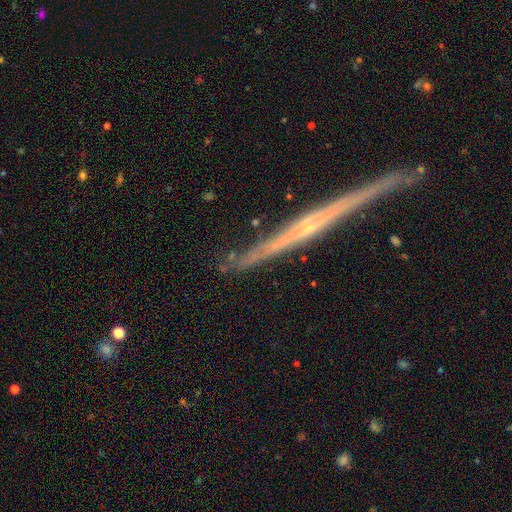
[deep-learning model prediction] A featured or disk galaxy (80%) viewed edge-on (97%) with a rounded central bulge (54%).

Vote fractions:
- Smooth or featured? featured or disk: 80% / smooth: 13% / star or artifact: 7%
- Edge-on disk? yes: 97% / no: 3%
- Edge-on bulge? rounded: 54% / none: 41% / boxy: 6%
- Merging? none: 79% / minor disturbance: 15% / major disturbance: 3% / merger: 3%